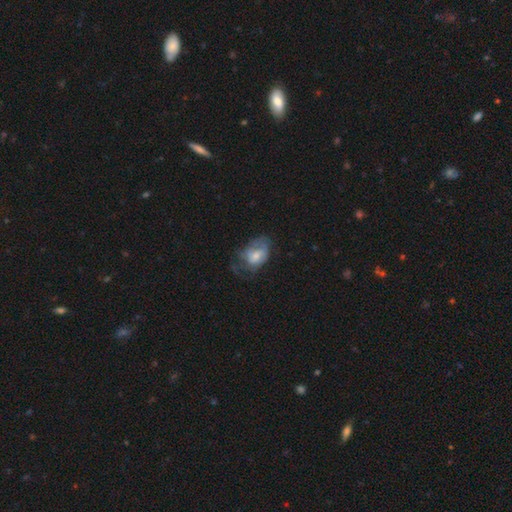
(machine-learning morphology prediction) A smooth galaxy with no disk features (48%).

Vote fractions:
- Smooth or featured? smooth: 48% / featured or disk: 45% / star or artifact: 8%
- Merging? none: 37% / major disturbance: 32% / minor disturbance: 30% / merger: 2%